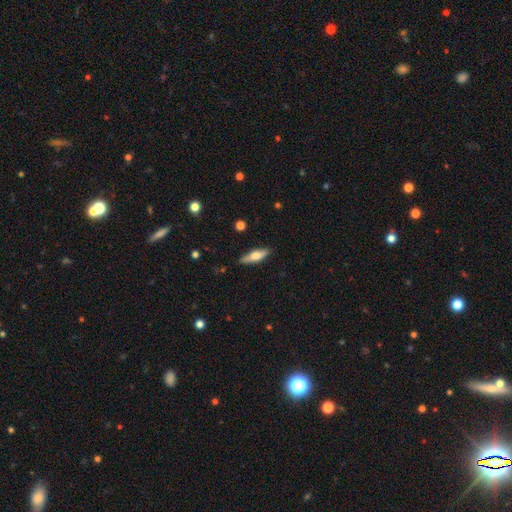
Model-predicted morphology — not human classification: Smooth or featured? Predicted: smooth (p=0.53). How rounded? Predicted: cigar-shaped (p=0.57). Merging? Predicted: none (p=0.85).